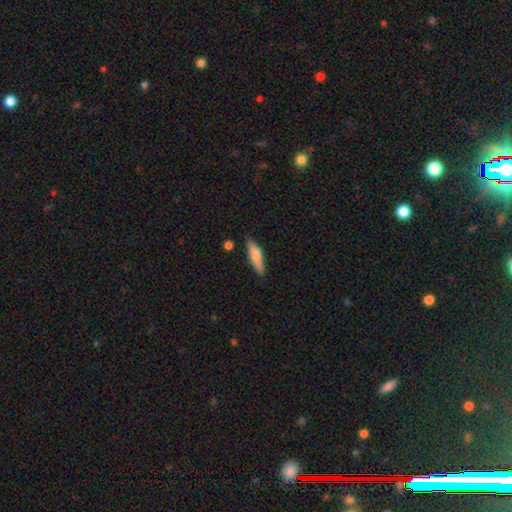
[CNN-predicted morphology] A smooth galaxy with no disk features (73%) that is cigar-shaped (70%). Merging: none (82%).